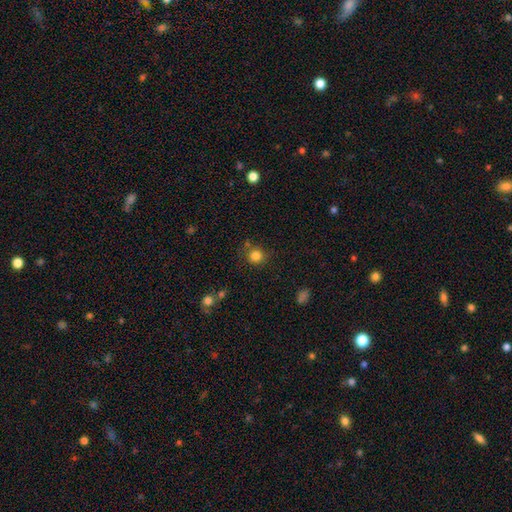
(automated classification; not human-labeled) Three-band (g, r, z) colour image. It shows a smooth galaxy with no disk features (82%) that is round (91%). Merging: none (78%).